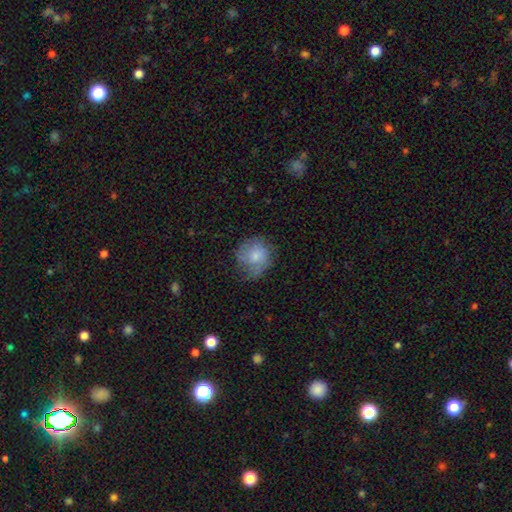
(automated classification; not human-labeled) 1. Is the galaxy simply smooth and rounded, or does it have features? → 61% smooth, 31% featured or disk, 8% star or artifact.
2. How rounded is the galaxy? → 77% round, 22% in between, 1% cigar-shaped.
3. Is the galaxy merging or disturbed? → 53% none, 29% minor disturbance, 17% major disturbance, 1% merger.